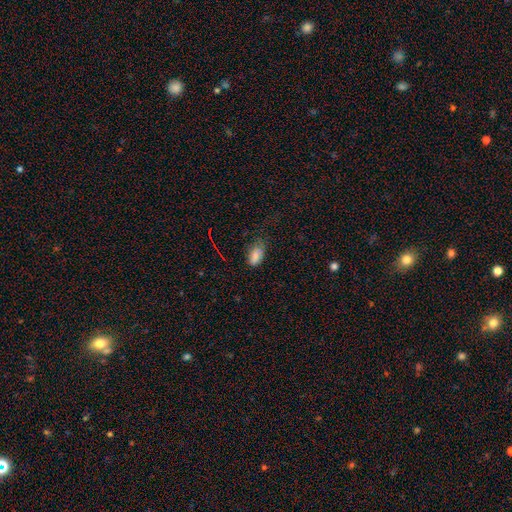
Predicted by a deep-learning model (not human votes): Smooth or featured? Predicted: smooth (p=0.80). How rounded? Predicted: in between (p=0.91). Merging? Predicted: none (p=0.51).